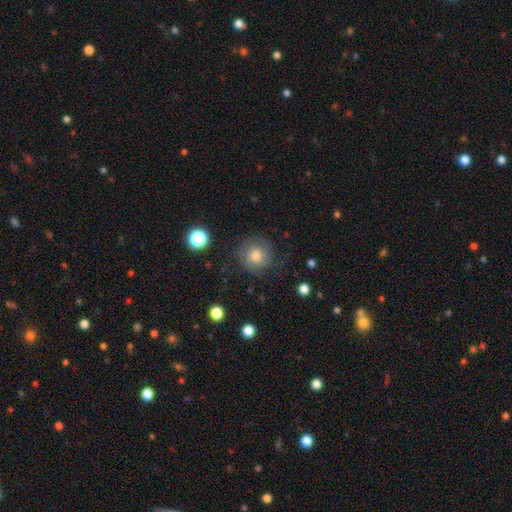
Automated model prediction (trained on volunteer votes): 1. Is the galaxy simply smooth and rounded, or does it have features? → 66% smooth, 22% featured or disk, 12% star or artifact.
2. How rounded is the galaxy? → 92% round, 7% in between, 1% cigar-shaped.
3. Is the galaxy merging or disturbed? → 76% none, 15% minor disturbance, 8% major disturbance, 2% merger.